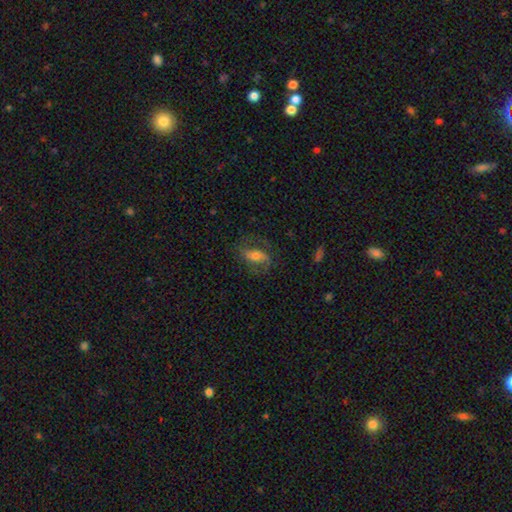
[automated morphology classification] This is likely a featured or disk galaxy (61%). It is clearly not viewed edge-on (93%). Bar: marginally weak (36%). Spiral arm pattern: clearly yes (83%). Central bulge: possibly moderate (53%). Merging: likely none (64%).